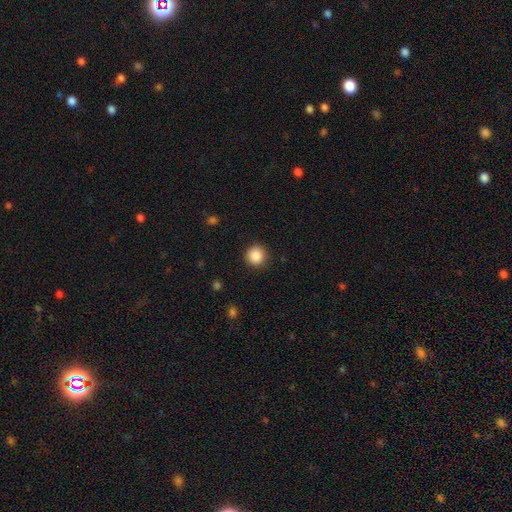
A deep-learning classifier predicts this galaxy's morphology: A smooth galaxy with no disk features (88%) that is round (93%).

Vote fractions:
- Smooth or featured? smooth: 88% / star or artifact: 9% / featured or disk: 3%
- How rounded? round: 93% / in between: 6% / cigar-shaped: 1%
- Merging? none: 90% / minor disturbance: 7% / major disturbance: 2% / merger: 1%